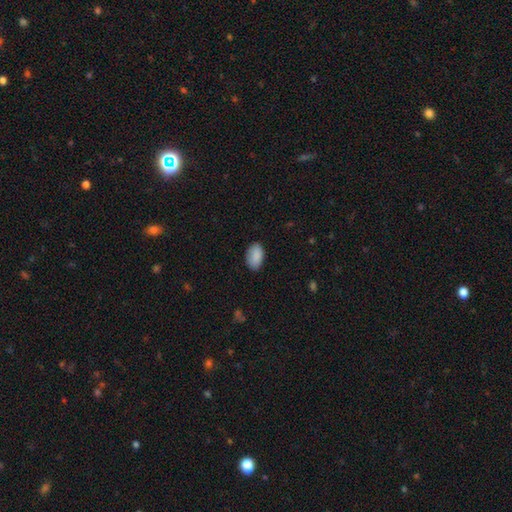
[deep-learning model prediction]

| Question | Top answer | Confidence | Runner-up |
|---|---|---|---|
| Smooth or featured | smooth | 89% | star or artifact (7%) |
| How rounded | in between | 93% | round (5%) |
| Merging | none | 82% | minor disturbance (14%) |